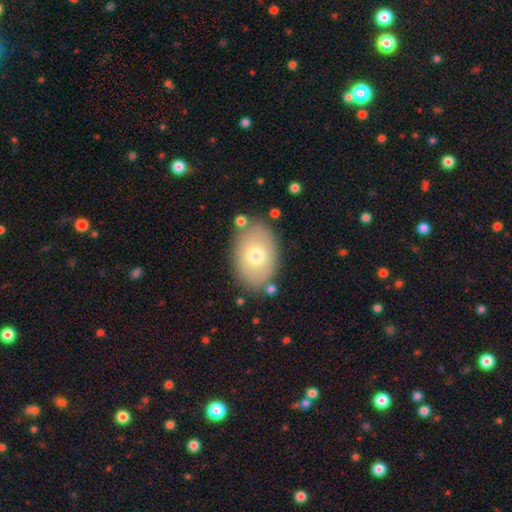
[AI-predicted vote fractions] smooth-or-featured: smooth: 70% | featured or disk: 23% | star or artifact: 7%
  how-rounded: in between: 85% | round: 14% | cigar-shaped: 1%
  merging: none: 80% | minor disturbance: 13% | merger: 4% | major disturbance: 4%